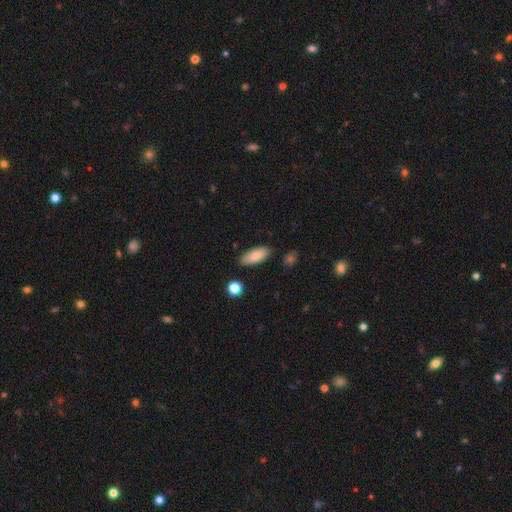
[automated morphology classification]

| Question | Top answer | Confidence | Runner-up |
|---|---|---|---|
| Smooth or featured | smooth | 83% | featured or disk (10%) |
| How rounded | in between | 84% | cigar-shaped (14%) |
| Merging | none | 85% | minor disturbance (11%) |